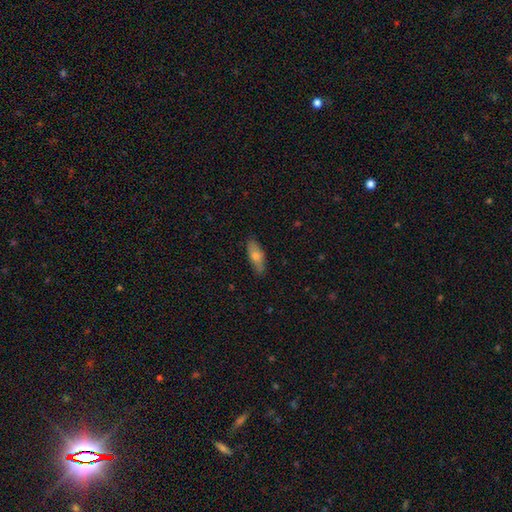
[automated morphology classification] Smooth or featured? smooth (65%)
How rounded? in between (60%)
Merging? none (83%)